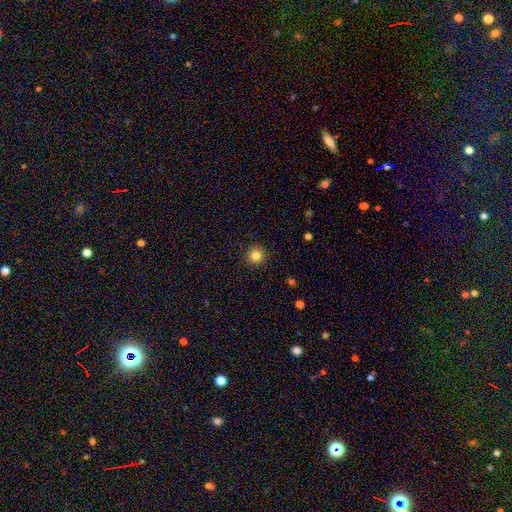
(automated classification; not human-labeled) This appears to be a smooth galaxy with no disk features (83%) that is round (95%). Merging: none (91%).